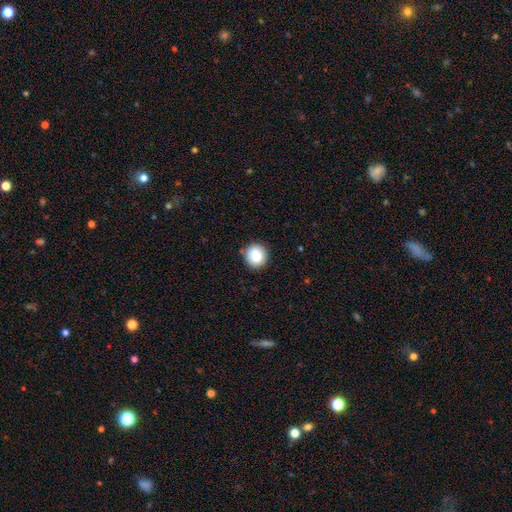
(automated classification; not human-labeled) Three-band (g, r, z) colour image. It shows a smooth galaxy with no disk features (86%) that is round (87%). Merging: none (87%).